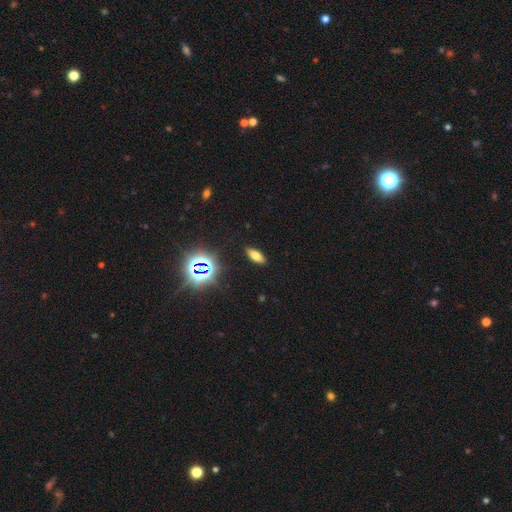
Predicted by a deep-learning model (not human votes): Overall: smooth (60%; star or artifact 21%). How rounded: in between (72%). Merging: none (89%).